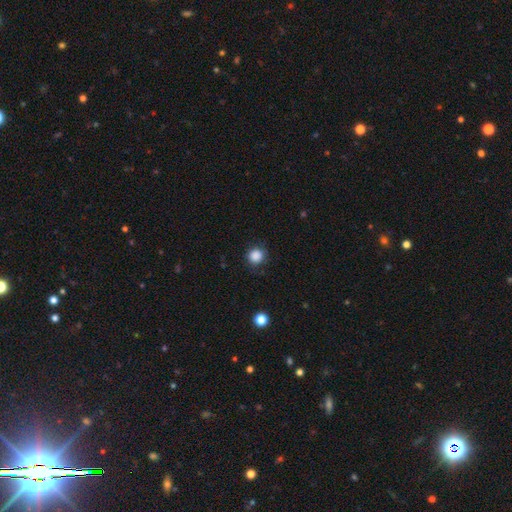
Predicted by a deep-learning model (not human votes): Q: Smooth or featured?
A: smooth (87%); runner-up: star or artifact (11%)
Q: How rounded?
A: round (91%); runner-up: in between (8%)
Q: Merging?
A: none (84%); runner-up: minor disturbance (11%)